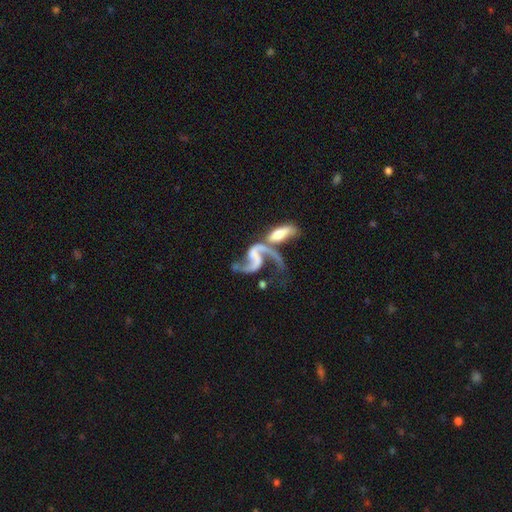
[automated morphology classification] The model was most divided on "bar": no: 45%, weak: 35%, strong: 20%. Remaining: edge-on disk — no (95%); spiral arms — yes (93%); spiral arm count — 2 (87%); smooth or featured — featured or disk (86%); spiral winding — loose (78%); bulge size — none (49%); merging — merger (44%).